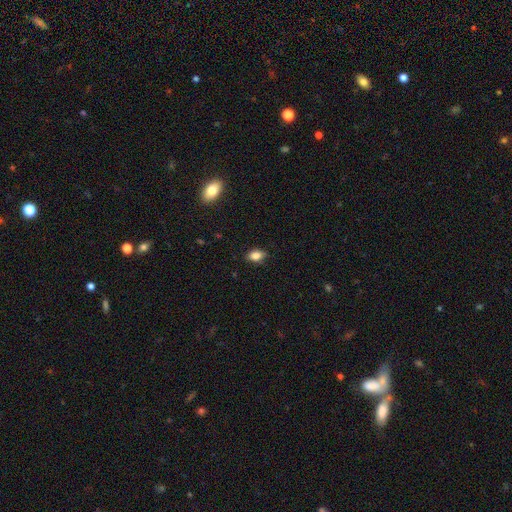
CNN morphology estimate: Smooth or featured? Predicted: smooth (p=0.84). How rounded? Predicted: in between (p=0.84). Merging? Predicted: none (p=0.84).